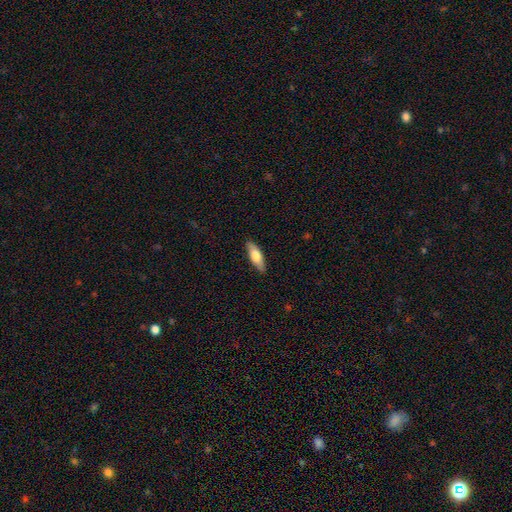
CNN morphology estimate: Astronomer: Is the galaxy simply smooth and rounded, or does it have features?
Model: smooth — 69%.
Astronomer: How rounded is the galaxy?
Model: in between — 55% (runner-up: cigar-shaped, 43%).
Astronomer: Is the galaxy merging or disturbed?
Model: none — 88%.